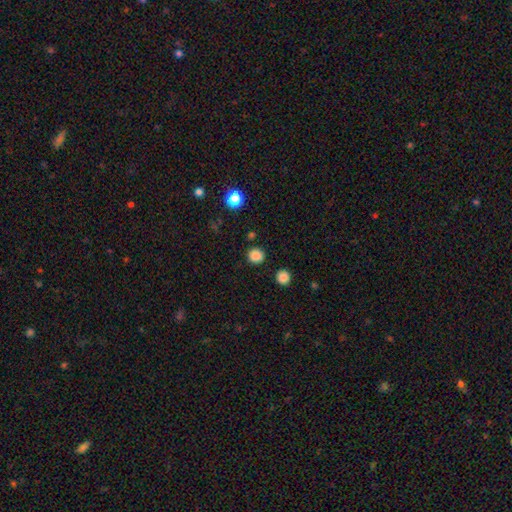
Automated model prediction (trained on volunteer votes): A smooth galaxy with no disk features (85%) that is round (91%). Merging: none (89%).